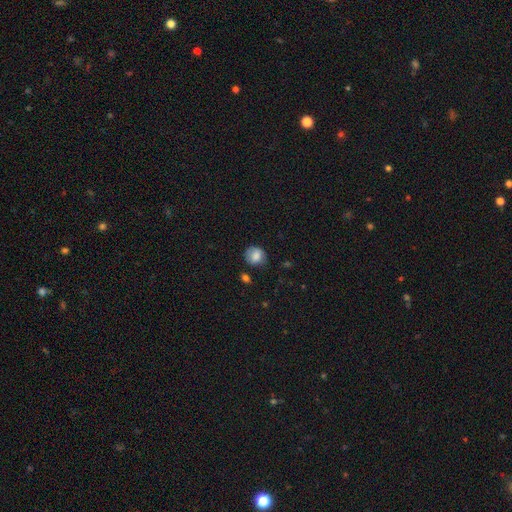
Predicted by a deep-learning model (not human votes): A smooth galaxy with no disk features (81%) that is round (78%). Merging: none (69%).